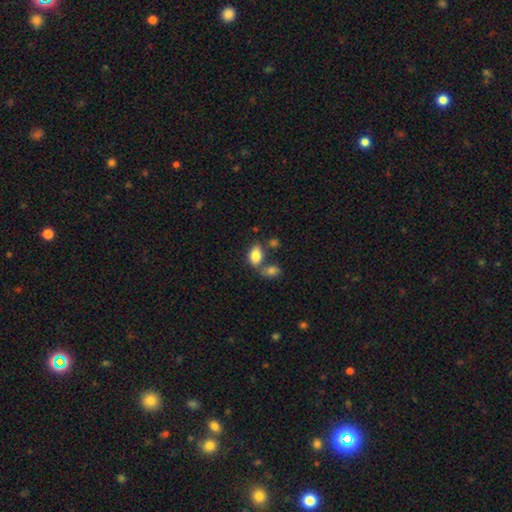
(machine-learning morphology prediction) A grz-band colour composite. It shows a smooth galaxy with no disk features (84%) that is in between round and cigar-shaped (90%). Merging: none (41%).